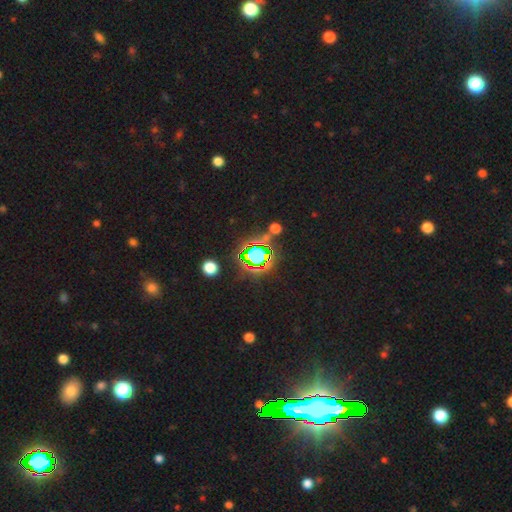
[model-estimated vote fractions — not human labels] Morphology: type=star or artifact (71%).